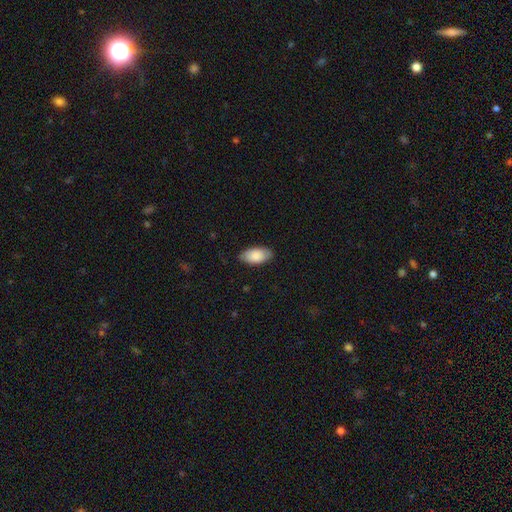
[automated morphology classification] This is clearly a smooth galaxy (85%). How rounded: clearly in between (94%). Merging: clearly none (83%).